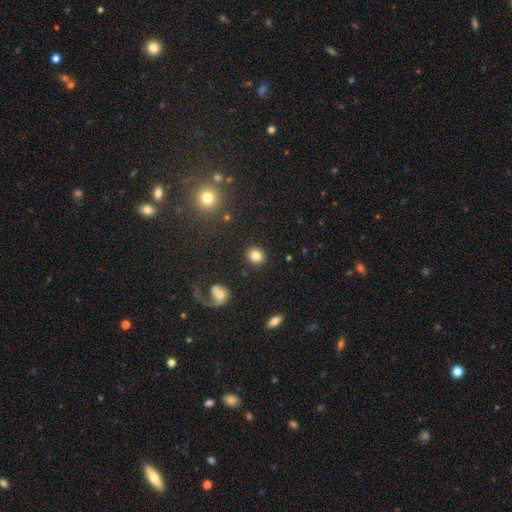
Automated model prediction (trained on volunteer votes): Smooth or featured: smooth — 82% (star or artifact — 10%)
How rounded: round — 79% (in between — 20%)
Merging: none — 89% (minor disturbance — 6%)